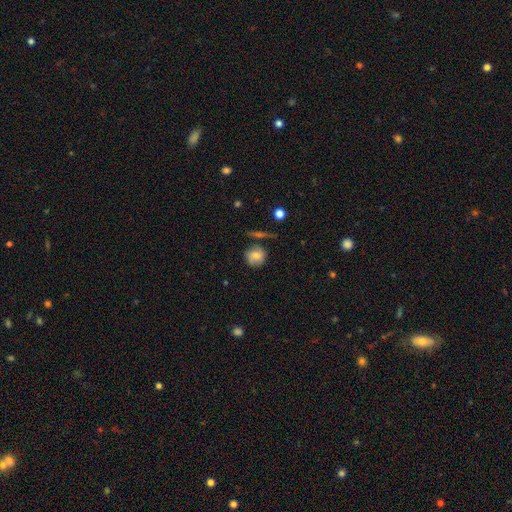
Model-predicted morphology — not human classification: A smooth galaxy with no disk features (69%) that is round (85%).

Vote fractions:
- Smooth or featured? smooth: 69% / featured or disk: 22% / star or artifact: 9%
- How rounded? round: 85% / in between: 13% / cigar-shaped: 2%
- Merging? none: 67% / minor disturbance: 19% / merger: 7% / major disturbance: 6%